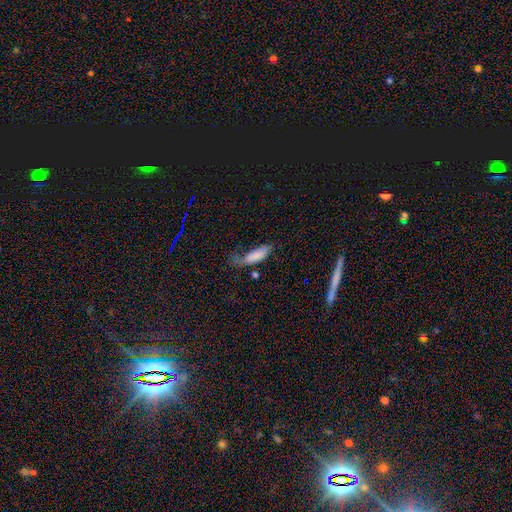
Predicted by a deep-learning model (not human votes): smooth 78%, featured or disk 14%, star or artifact 8%. Down the decision tree: how rounded — in between (66%); merging — minor disturbance (33%).